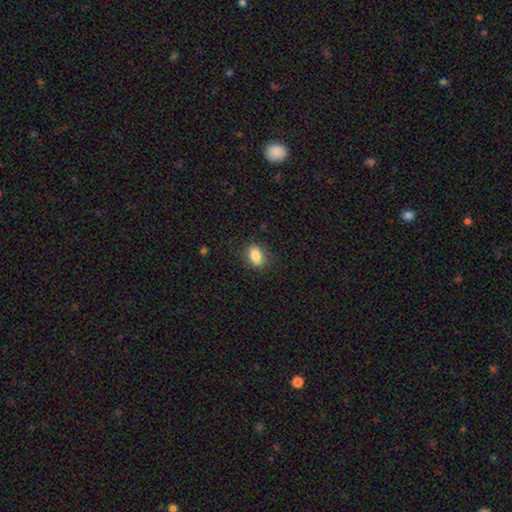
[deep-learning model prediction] smooth-or-featured: smooth: 86% | star or artifact: 8% | featured or disk: 6%
  how-rounded: in between: 83% | round: 13% | cigar-shaped: 3%
  merging: none: 86% | minor disturbance: 10% | major disturbance: 3% | merger: 1%